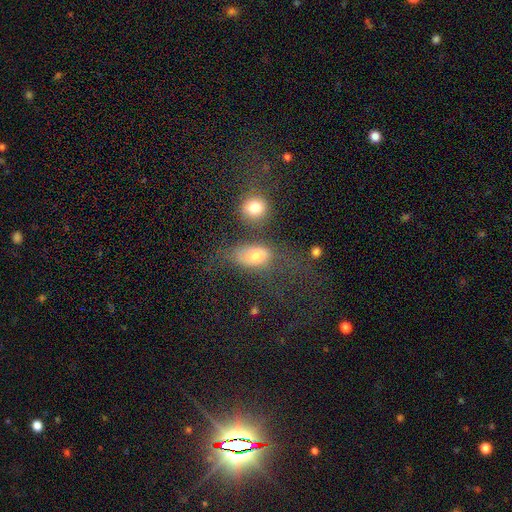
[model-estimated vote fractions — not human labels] A smooth galaxy with no disk features (72%) that is in between round and cigar-shaped (75%).

Vote fractions:
- Smooth or featured? smooth: 72% / featured or disk: 16% / star or artifact: 13%
- How rounded? in between: 75% / round: 22% / cigar-shaped: 4%
- Merging? none: 35% / merger: 26% / major disturbance: 22% / minor disturbance: 17%